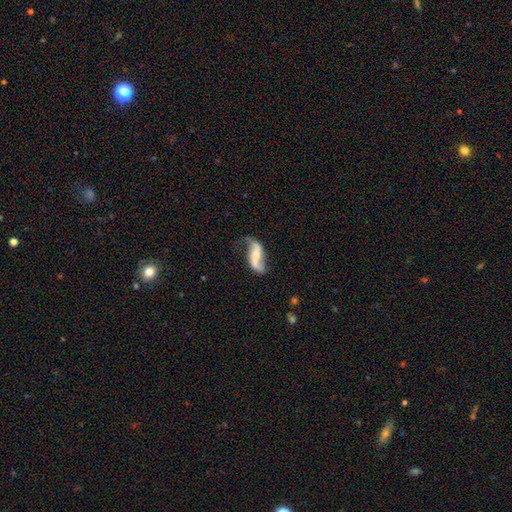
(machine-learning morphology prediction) Q: Smooth or featured?
A: featured or disk (80%); runner-up: smooth (15%)
Q: Edge-on disk?
A: no (94%); runner-up: yes (6%)
Q: Bar?
A: strong (36%); runner-up: weak (34%)
Q: Spiral arms?
A: yes (92%); runner-up: no (8%)
Q: Spiral winding?
A: loose (84%); runner-up: medium (12%)
Q: Spiral arm count?
A: 2 (90%); runner-up: 1 (4%)
Q: Bulge size?
A: small (44%); runner-up: moderate (32%)
Q: Merging?
A: none (61%); runner-up: minor disturbance (22%)